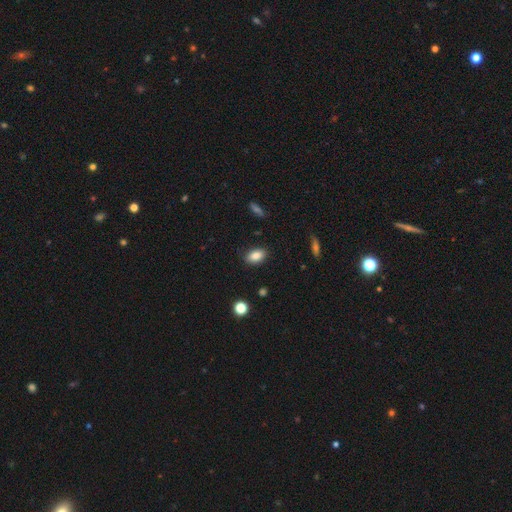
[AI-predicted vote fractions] Overall: smooth (86%). How rounded: in between (88%). Merging: none (86%).